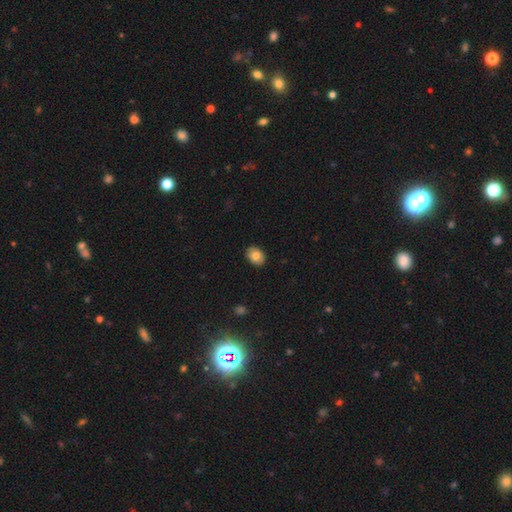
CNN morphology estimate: Smooth or featured?
  - smooth: 81% *
  - featured or disk: 12%
  - star or artifact: 8%
How rounded?
  - in between: 75% *
  - round: 24%
  - cigar-shaped: 1%
Merging?
  - none: 88% *
  - minor disturbance: 9%
  - major disturbance: 2%
  - merger: 1%